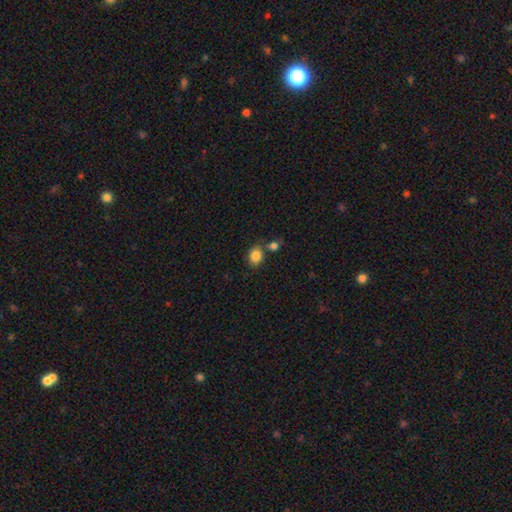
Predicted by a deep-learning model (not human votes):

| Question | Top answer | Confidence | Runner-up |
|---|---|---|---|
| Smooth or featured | smooth | 85% | star or artifact (9%) |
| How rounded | in between | 55% | round (44%) |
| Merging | none | 66% | merger (18%) |